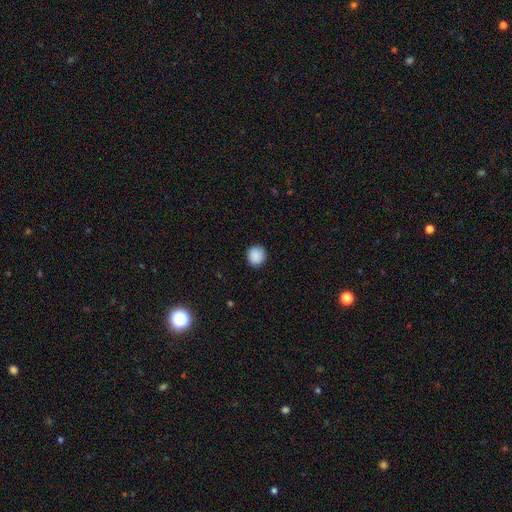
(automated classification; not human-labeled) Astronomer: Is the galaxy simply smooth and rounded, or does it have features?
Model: smooth — 89%.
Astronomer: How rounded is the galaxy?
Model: round — 89%.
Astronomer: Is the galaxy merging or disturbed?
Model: none — 90%.